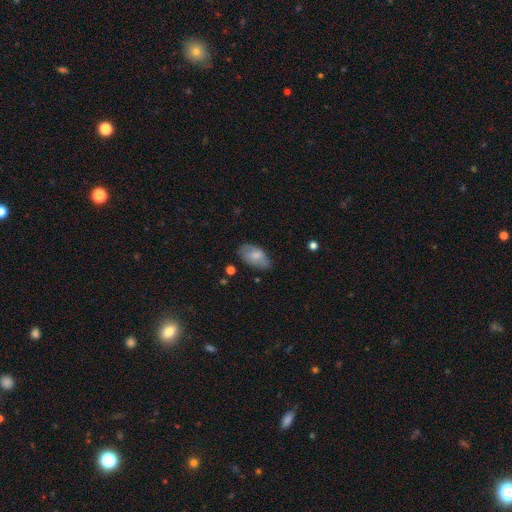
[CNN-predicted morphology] type=smooth (71%); roundness=in between (93%); merging=none (65%).